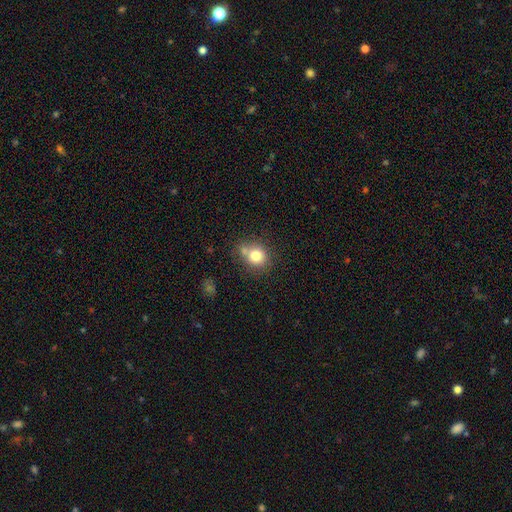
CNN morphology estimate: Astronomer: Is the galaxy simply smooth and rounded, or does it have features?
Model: smooth — 79%.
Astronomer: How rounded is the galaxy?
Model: round — 75%.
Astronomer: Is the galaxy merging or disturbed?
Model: none — 57%.